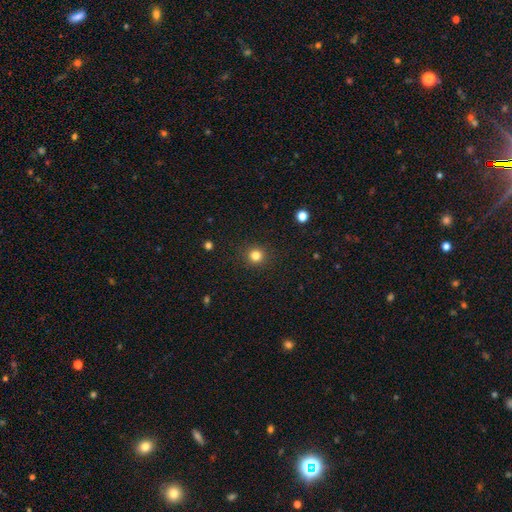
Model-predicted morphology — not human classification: Smooth or featured?
  - smooth: 82% *
  - star or artifact: 14%
  - featured or disk: 4%
How rounded?
  - round: 92% *
  - in between: 7%
  - cigar-shaped: 1%
Merging?
  - none: 91% *
  - minor disturbance: 6%
  - major disturbance: 2%
  - merger: 1%